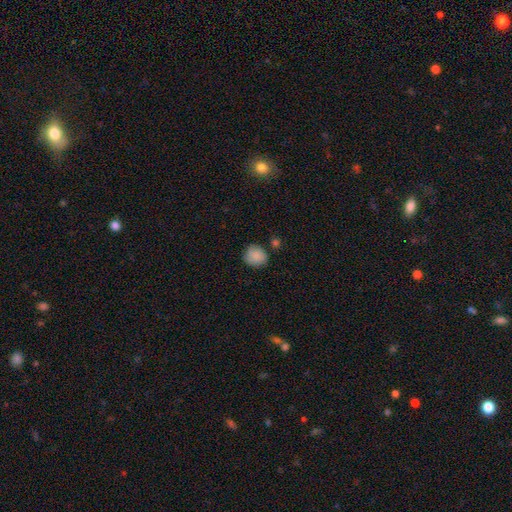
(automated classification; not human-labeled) smooth_or_featured: smooth (p=0.86) [alt: star or artifact p=0.08]
how_rounded: round (p=0.81) [alt: in between p=0.18]
merging: none (p=0.74) [alt: minor disturbance p=0.17]